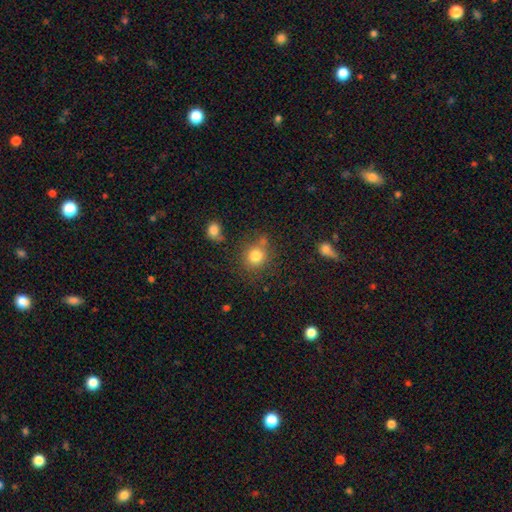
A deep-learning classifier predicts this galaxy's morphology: Smooth or featured? smooth (80%)
How rounded? round (85%)
Merging? none (71%)